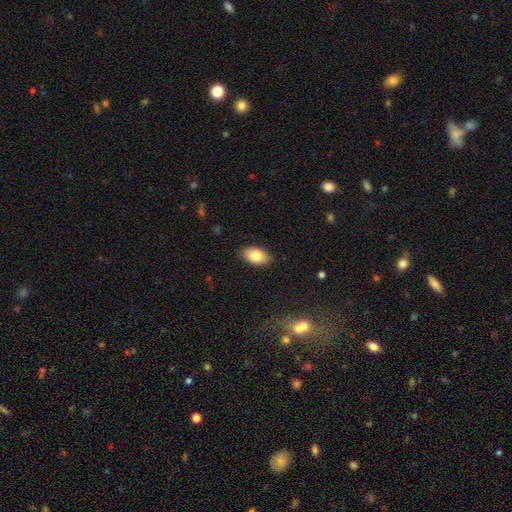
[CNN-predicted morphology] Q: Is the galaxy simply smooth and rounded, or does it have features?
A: smooth — 81%.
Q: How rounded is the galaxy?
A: in between — 93%.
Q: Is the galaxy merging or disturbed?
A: none — 87%.